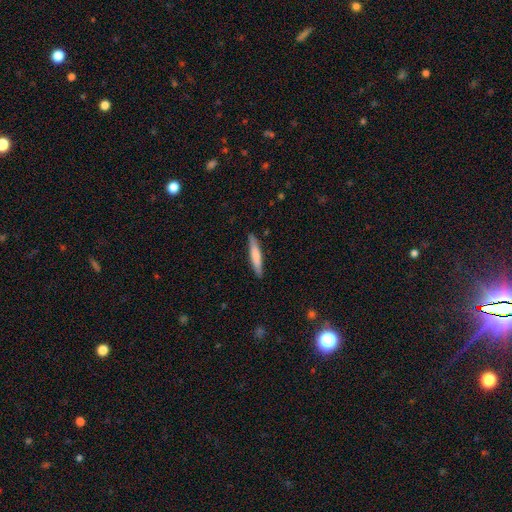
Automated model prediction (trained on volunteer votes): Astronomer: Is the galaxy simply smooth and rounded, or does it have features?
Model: smooth — 72%.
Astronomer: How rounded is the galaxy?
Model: cigar-shaped — 91%.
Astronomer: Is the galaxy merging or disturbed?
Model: none — 88%.